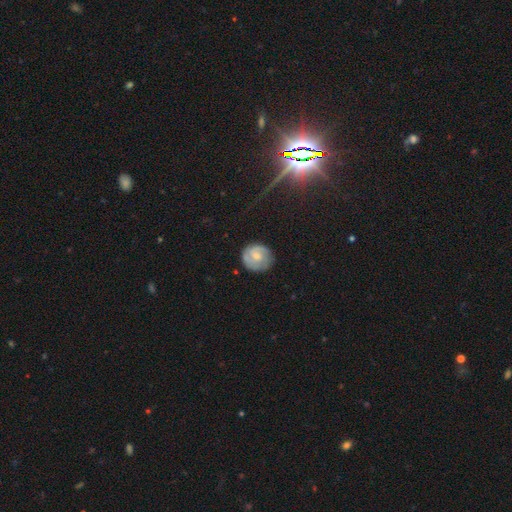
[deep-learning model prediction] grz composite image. It shows a featured or disk galaxy (59%) with no bar (54%), spiral arms (85%) and a small central bulge (47%). Merging: none (79%).